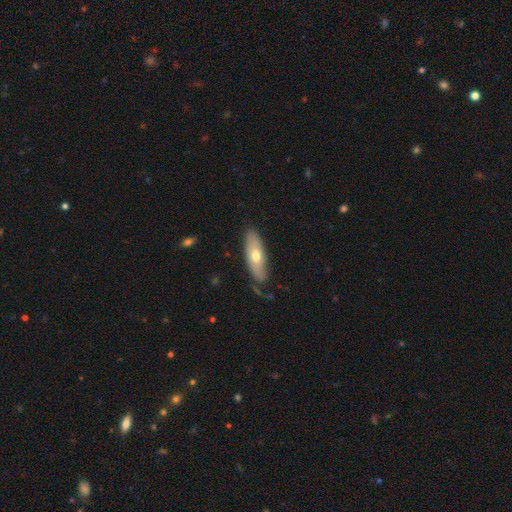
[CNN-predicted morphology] Q: Smooth or featured?
A: smooth (55%); runner-up: featured or disk (39%)
Q: How rounded?
A: in between (63%); runner-up: cigar-shaped (35%)
Q: Merging?
A: none (72%); runner-up: minor disturbance (21%)